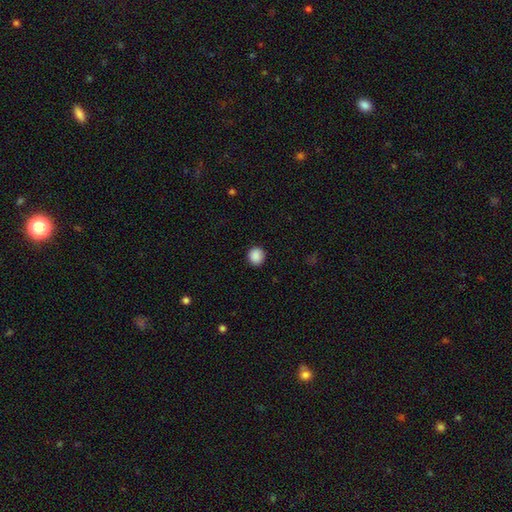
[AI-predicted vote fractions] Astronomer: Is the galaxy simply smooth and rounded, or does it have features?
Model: smooth — 89%.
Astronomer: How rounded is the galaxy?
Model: round — 90%.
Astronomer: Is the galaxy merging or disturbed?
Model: none — 92%.